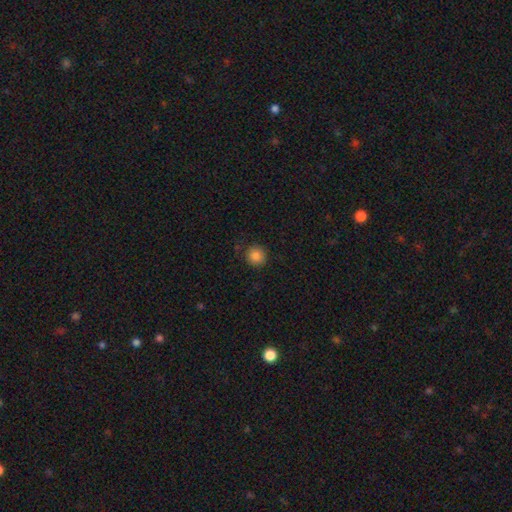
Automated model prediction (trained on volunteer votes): This appears to be a smooth galaxy with no disk features (85%) that is round (93%). Merging: none (88%).